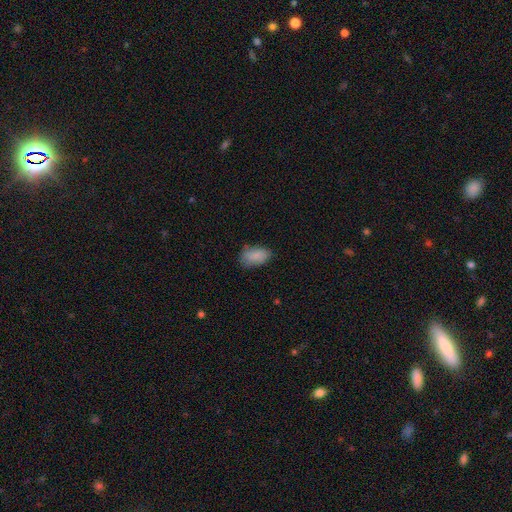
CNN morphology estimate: Smooth or featured? Predicted: smooth (p=0.86). How rounded? Predicted: in between (p=0.92). Merging? Predicted: none (p=0.66).